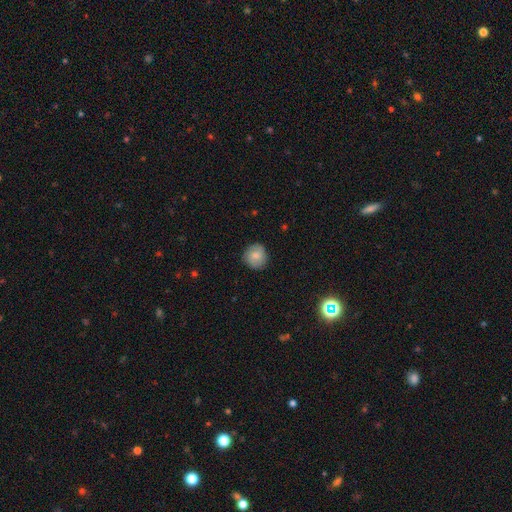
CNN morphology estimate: This appears to be a smooth galaxy with no disk features (78%) that is round (89%). Merging: none (86%).